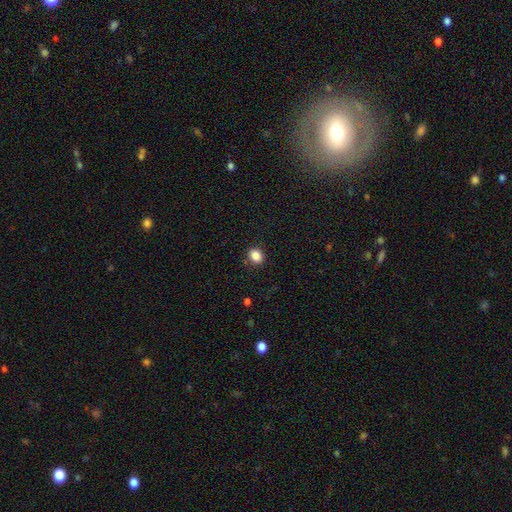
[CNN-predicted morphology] The model was most divided on "how rounded": in between: 60%, round: 39%, cigar-shaped: 1%. More confident: smooth or featured — smooth (87%); merging — none (86%).